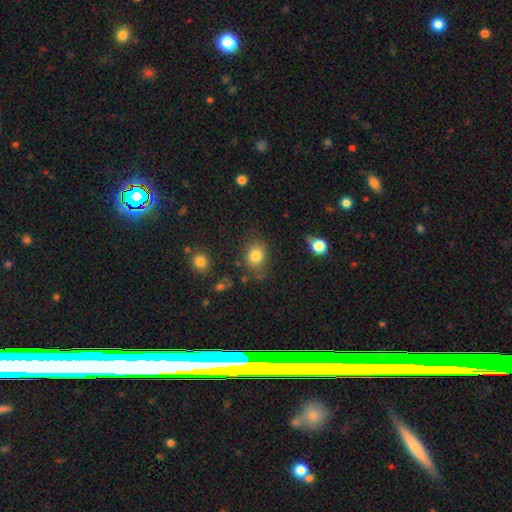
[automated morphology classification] Smooth or featured? Predicted: smooth (p=0.81). How rounded? Predicted: round (p=0.61). Merging? Predicted: none (p=0.76).